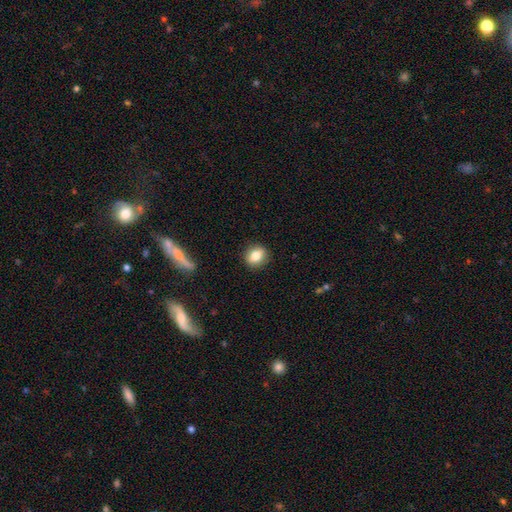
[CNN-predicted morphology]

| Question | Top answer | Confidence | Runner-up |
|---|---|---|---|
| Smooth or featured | smooth | 79% | featured or disk (12%) |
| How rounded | round | 62% | in between (36%) |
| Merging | none | 89% | minor disturbance (8%) |